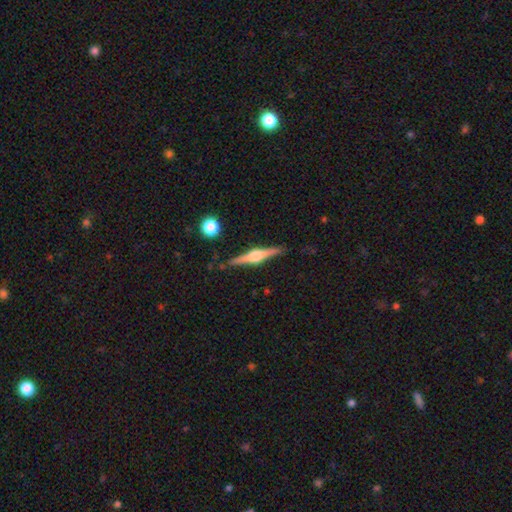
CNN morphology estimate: Smooth or featured? featured or disk (80%)
Edge-on disk? yes (98%)
Edge-on bulge? rounded (91%)
Merging? none (88%)